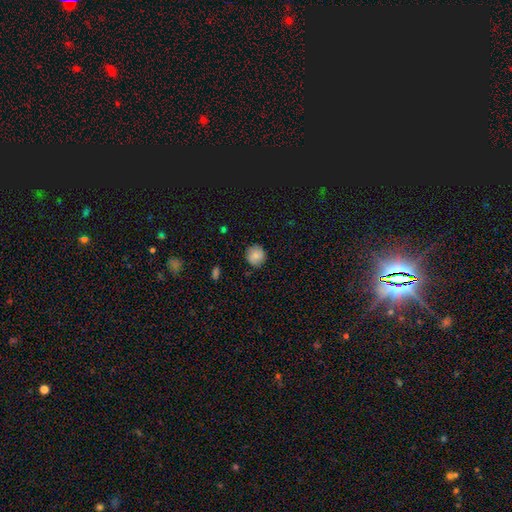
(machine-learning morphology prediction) Smooth or featured?
  - smooth: 81% *
  - featured or disk: 11%
  - star or artifact: 8%
How rounded?
  - round: 91% *
  - in between: 8%
  - cigar-shaped: 1%
Merging?
  - none: 85% *
  - minor disturbance: 12%
  - major disturbance: 2%
  - merger: 1%